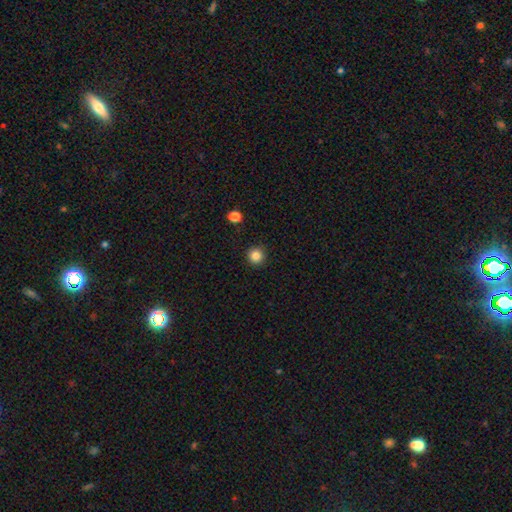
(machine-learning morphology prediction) The model was most divided on "smooth or featured": smooth: 85%, star or artifact: 11%, featured or disk: 4%. More confident: how rounded — round (95%); merging — none (92%).